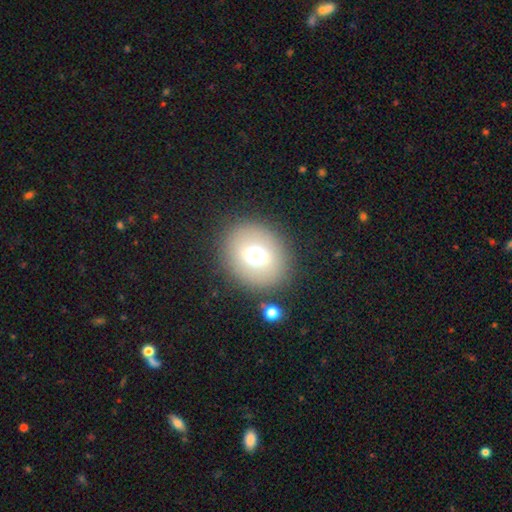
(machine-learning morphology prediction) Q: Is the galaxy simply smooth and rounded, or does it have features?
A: smooth — 66%.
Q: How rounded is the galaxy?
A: round — 66%.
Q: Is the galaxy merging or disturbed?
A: none — 83%.